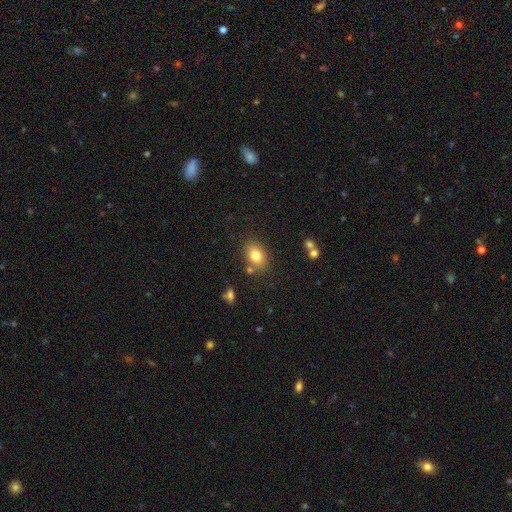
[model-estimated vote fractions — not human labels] smooth 79%, featured or disk 11%, star or artifact 10%. Down the decision tree: how rounded — in between (73%); merging — none (75%).